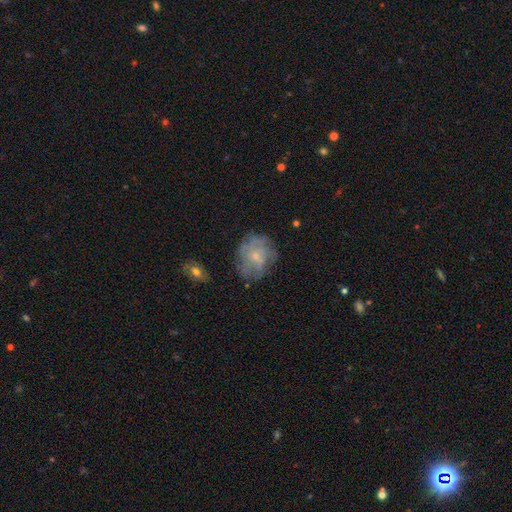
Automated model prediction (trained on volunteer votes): Overall: featured or disk (59%; smooth 30%). Edge-on disk: no (97%). Bar: no (75%). Spiral arms: yes (66%; no 34%). Bulge size: small (72%). Merging: none (66%).